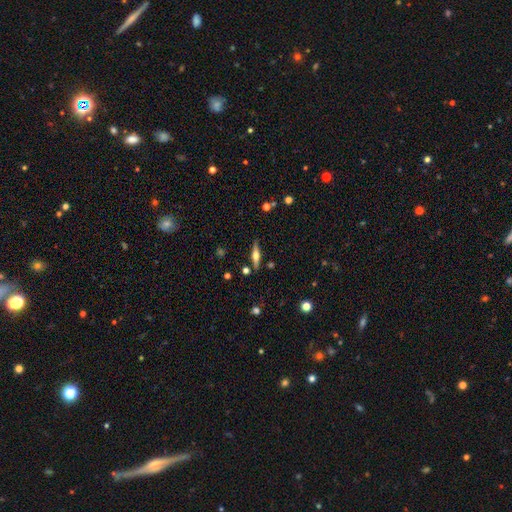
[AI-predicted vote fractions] This is likely a featured or disk galaxy (64%). It is clearly viewed edge-on (96%). Edge-on bulge: clearly rounded (93%). Merging: clearly none (86%).